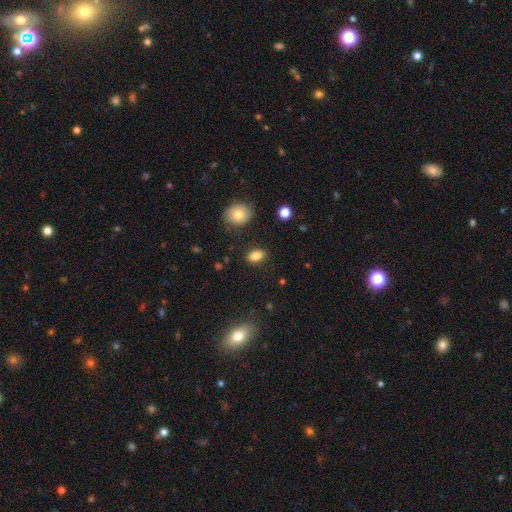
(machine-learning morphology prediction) smooth_or_featured: smooth (p=0.84) [alt: star or artifact p=0.09]
how_rounded: in between (p=0.84) [alt: round p=0.13]
merging: none (p=0.86) [alt: minor disturbance p=0.09]